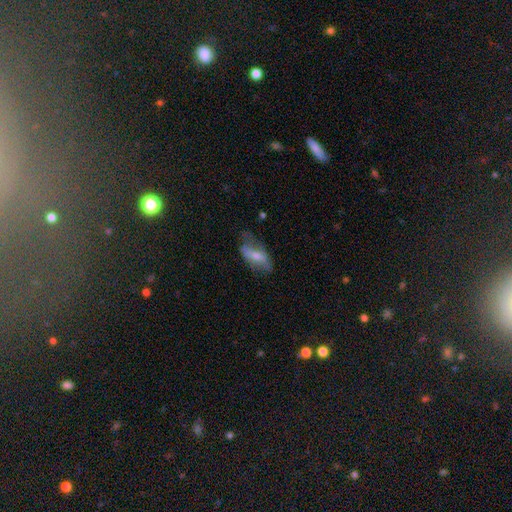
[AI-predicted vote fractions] smooth_or_featured: smooth (p=0.48) [alt: featured or disk p=0.45]
merging: none (p=0.47) [alt: minor disturbance p=0.30]